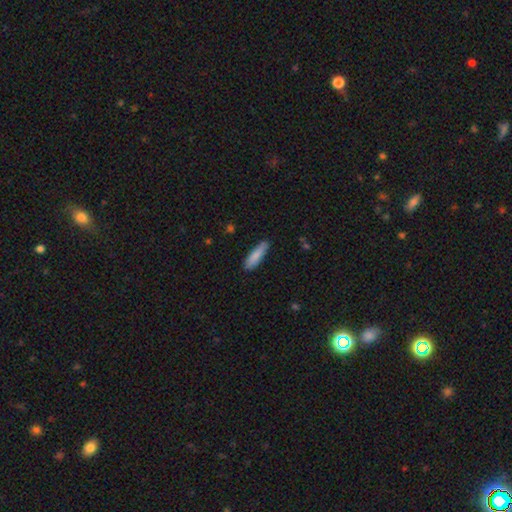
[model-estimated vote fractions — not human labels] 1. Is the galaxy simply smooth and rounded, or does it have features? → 86% smooth, 9% featured or disk, 6% star or artifact.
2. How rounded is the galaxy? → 69% cigar-shaped, 29% in between, 1% round.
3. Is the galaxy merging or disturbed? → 86% none, 11% minor disturbance, 2% major disturbance, 1% merger.